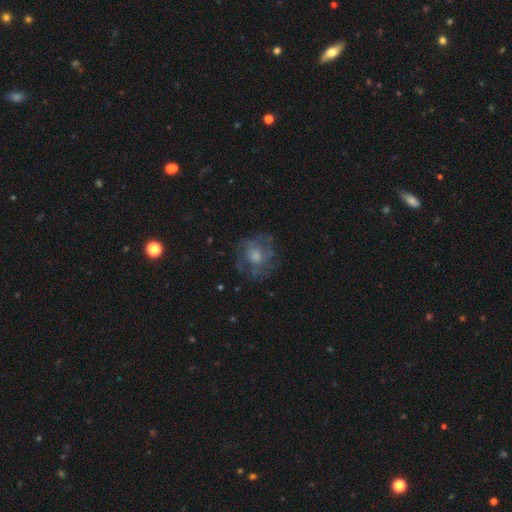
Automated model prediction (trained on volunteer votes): featured or disk 54%, smooth 30%, star or artifact 16%. Down the decision tree: edge-on disk — no (96%); bar — no (79%); spiral arms — yes (50%, tied with no); bulge size — moderate (55%); merging — none (70%).